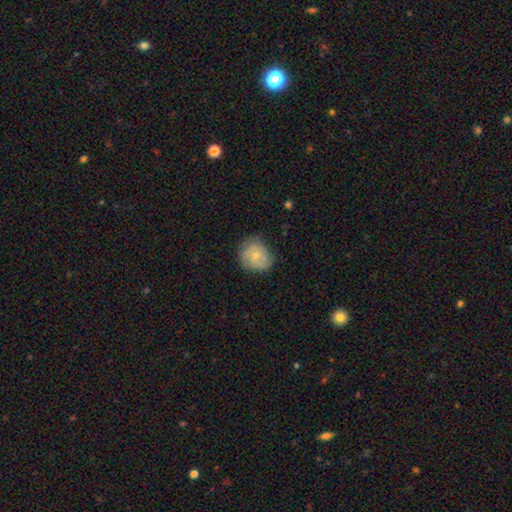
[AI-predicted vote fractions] This appears to be a smooth galaxy with no disk features (56%) that is round (74%). Merging: none (68%).